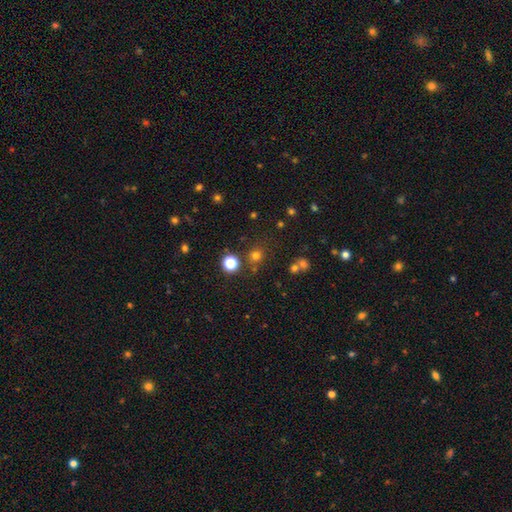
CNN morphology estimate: Smooth or featured?
  - smooth: 72% *
  - star or artifact: 22%
  - featured or disk: 6%
How rounded?
  - round: 90% *
  - in between: 9%
  - cigar-shaped: 1%
Merging?
  - none: 80% *
  - minor disturbance: 8%
  - merger: 8%
  - major disturbance: 4%